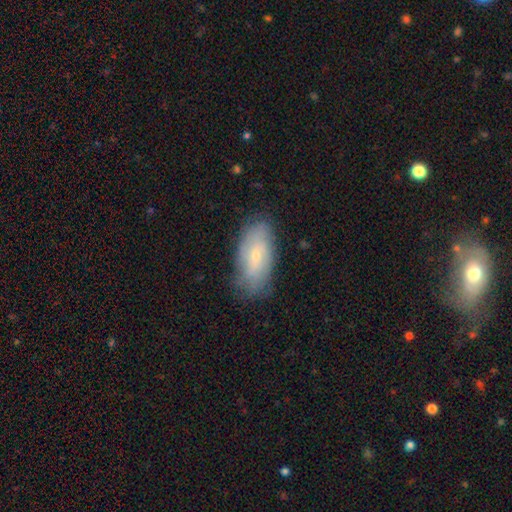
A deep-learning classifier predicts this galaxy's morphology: Smooth or featured: smooth — 50% (featured or disk — 43%)
Merging: none — 76% (minor disturbance — 19%)